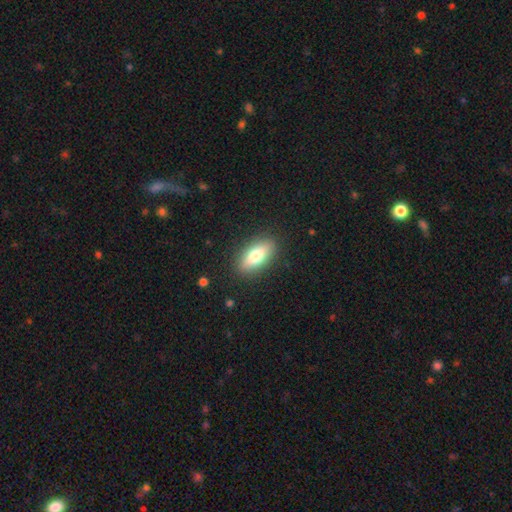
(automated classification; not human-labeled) This is likely a smooth galaxy (72%). How rounded: clearly in between (80%). Merging: clearly none (87%).